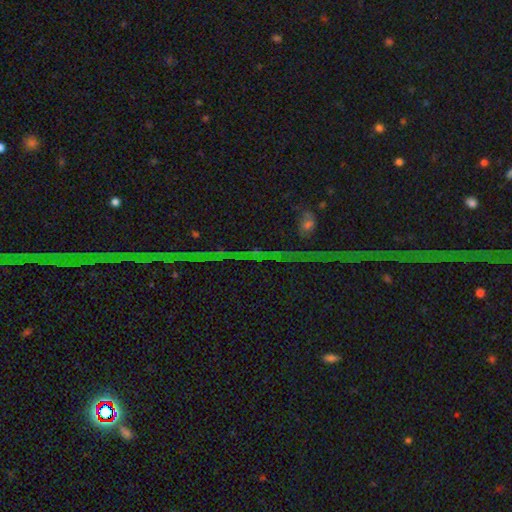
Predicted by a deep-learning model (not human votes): A star or artifact, not a galaxy (85%).